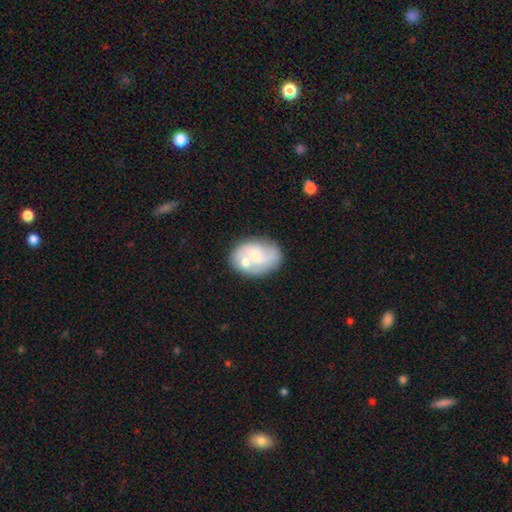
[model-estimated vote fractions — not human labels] Morphology: type=featured or disk (53%); edge-on=no (97%); bar=no (64%); spiral arms=yes (66%); bulge=small (45%); merging=none (47%).